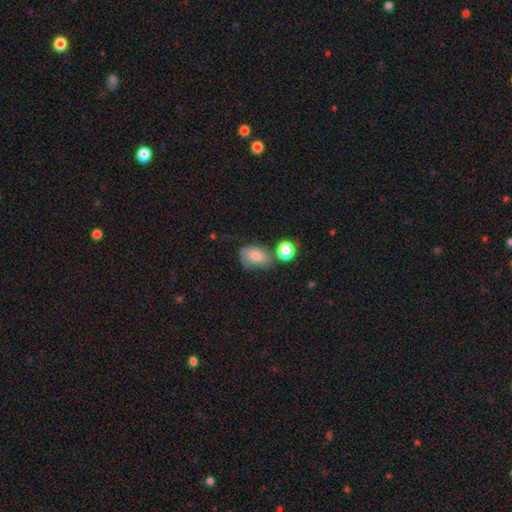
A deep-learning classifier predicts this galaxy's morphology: Smooth or featured? smooth (65%)
How rounded? in between (76%)
Merging? none (43%)